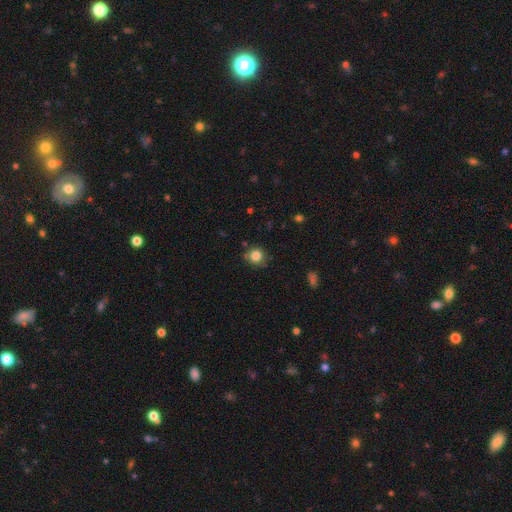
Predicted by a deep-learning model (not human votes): Smooth or featured? Predicted: smooth (p=0.82). How rounded? Predicted: round (p=0.88). Merging? Predicted: none (p=0.77).